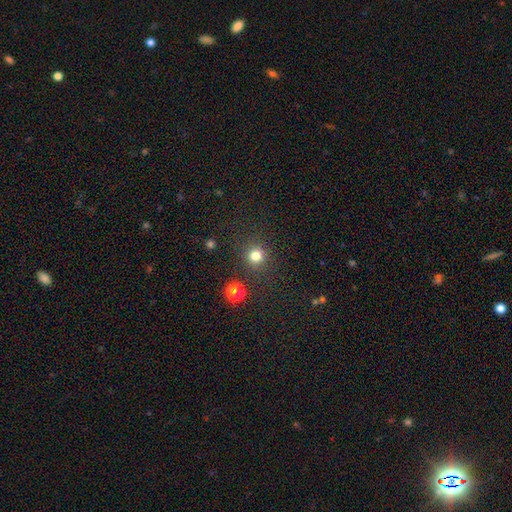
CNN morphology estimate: This appears to be a smooth galaxy with no disk features (80%) that is round (92%). Merging: none (87%).